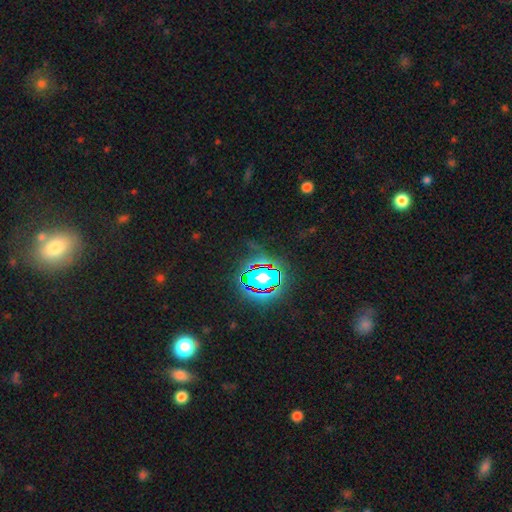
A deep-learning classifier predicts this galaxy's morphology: star or artifact 81%, smooth 11%, featured or disk 8%.